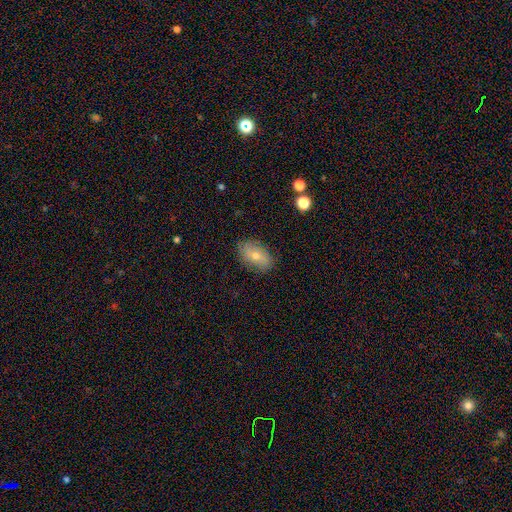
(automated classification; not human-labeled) smooth-or-featured: smooth: 62% | featured or disk: 29% | star or artifact: 9%
  how-rounded: in between: 89% | round: 9% | cigar-shaped: 2%
  merging: none: 84% | minor disturbance: 12% | major disturbance: 3% | merger: 1%